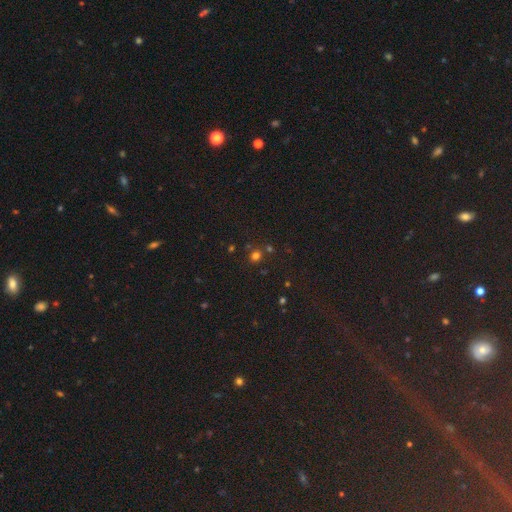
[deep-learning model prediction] Smooth or featured: smooth — 69% (star or artifact — 26%)
How rounded: round — 82% (in between — 17%)
Merging: none — 76% (merger — 12%)